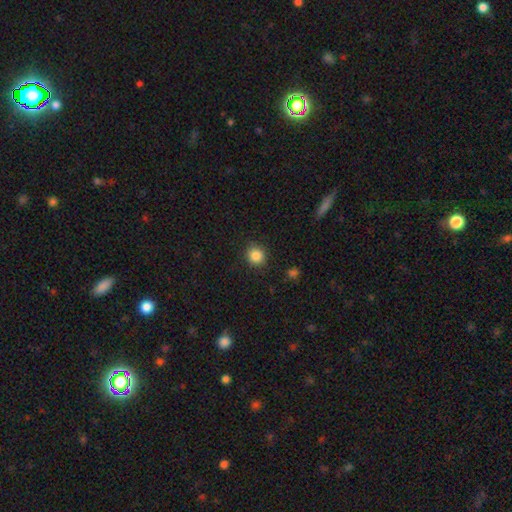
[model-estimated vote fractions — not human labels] smooth-or-featured: smooth: 86% | star or artifact: 10% | featured or disk: 4%
  how-rounded: round: 85% | in between: 14% | cigar-shaped: 1%
  merging: none: 89% | minor disturbance: 8% | major disturbance: 2% | merger: 1%